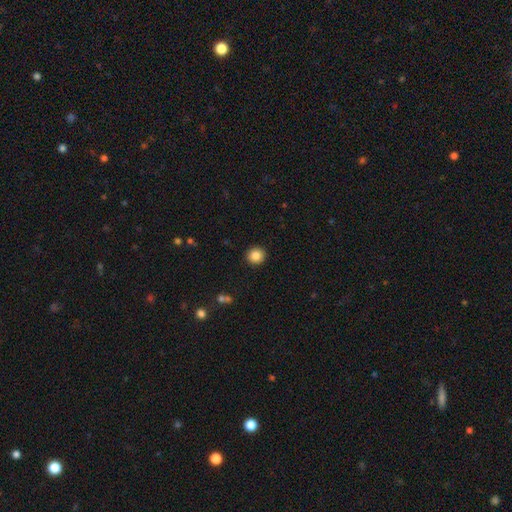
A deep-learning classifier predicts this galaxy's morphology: smooth 86%, star or artifact 10%, featured or disk 5%. Down the decision tree: how rounded — round (92%); merging — none (92%).